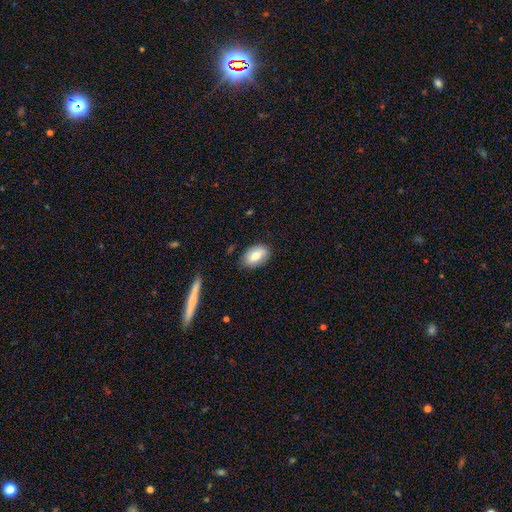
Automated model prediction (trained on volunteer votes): A smooth galaxy with no disk features (76%) that is in between round and cigar-shaped (89%).

Vote fractions:
- Smooth or featured? smooth: 76% / featured or disk: 17% / star or artifact: 7%
- How rounded? in between: 89% / round: 10% / cigar-shaped: 2%
- Merging? none: 83% / minor disturbance: 13% / major disturbance: 3% / merger: 1%